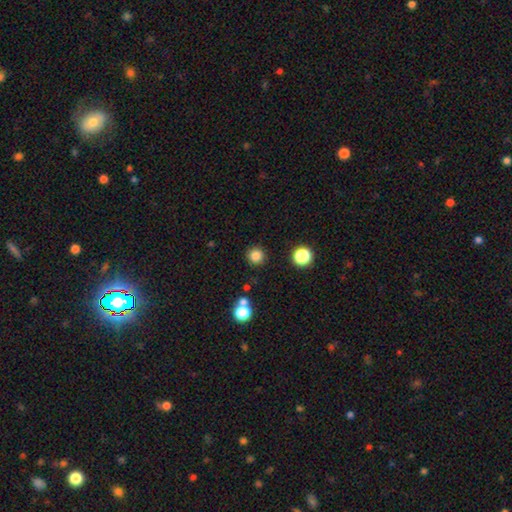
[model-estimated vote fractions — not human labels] Smooth or featured? smooth (83%)
How rounded? round (95%)
Merging? none (89%)